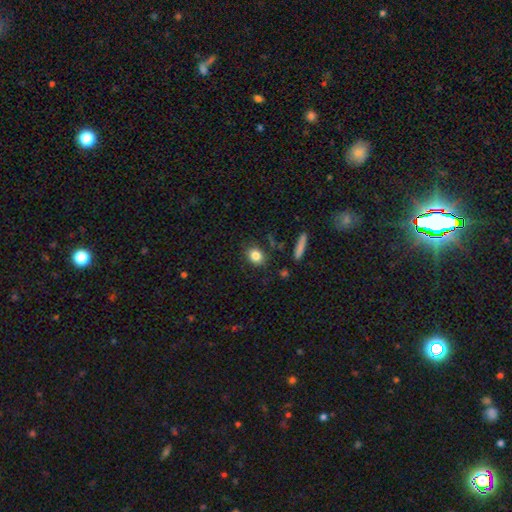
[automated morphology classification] A smooth galaxy with no disk features (83%) that is round (51%). Merging: none (83%).